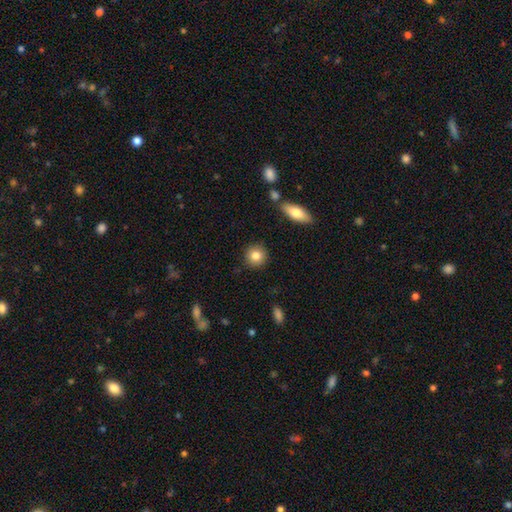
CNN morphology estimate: Smooth or featured? Predicted: smooth (p=0.83). How rounded? Predicted: round (p=0.91). Merging? Predicted: none (p=0.90).